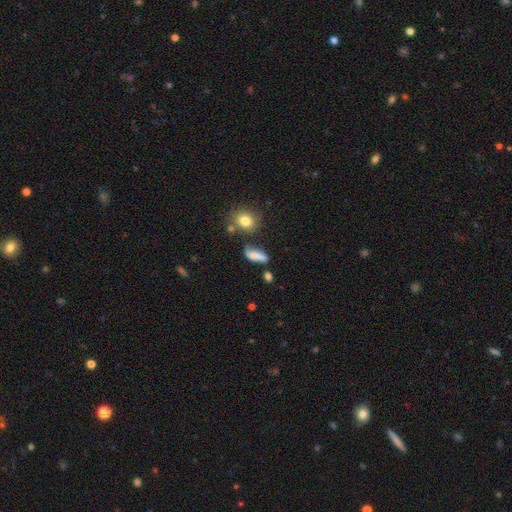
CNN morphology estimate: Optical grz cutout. It shows a smooth galaxy with no disk features (60%) that is in between round and cigar-shaped (51%). Merging: none (52%).